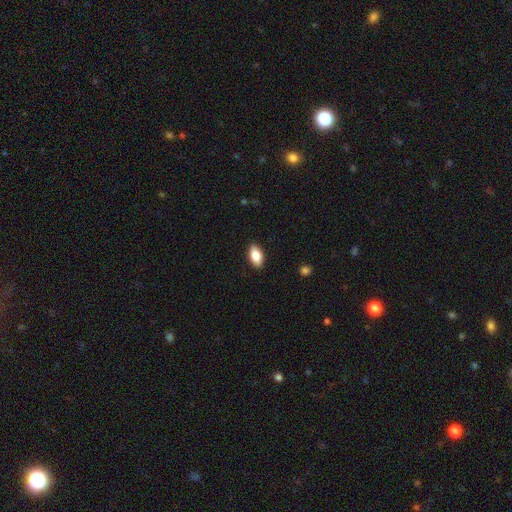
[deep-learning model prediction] Smooth or featured? smooth (83%)
How rounded? in between (91%)
Merging? none (90%)